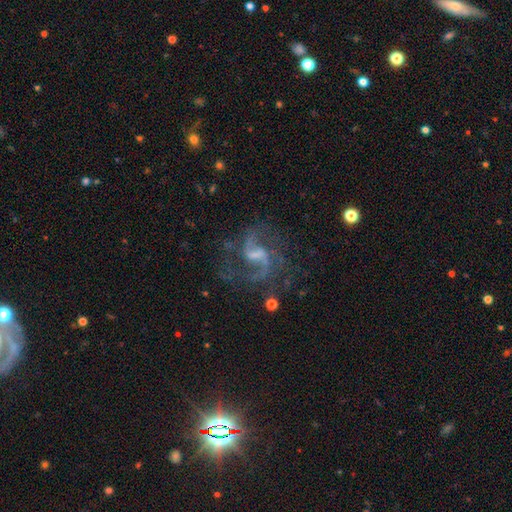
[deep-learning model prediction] featured or disk 87%, star or artifact 8%, smooth 4%. Down the decision tree: edge-on disk — no (98%); bar — weak (57%); spiral arms — yes (96%); spiral arm count — 2 (85%); spiral winding — loose (50%); bulge size — small (39%); merging — none (66%).